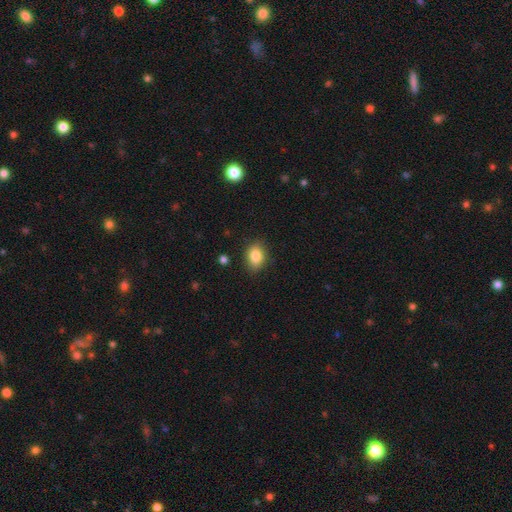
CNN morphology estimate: Smooth or featured: smooth — 84% (star or artifact — 9%)
How rounded: in between — 68% (round — 30%)
Merging: none — 84% (minor disturbance — 12%)